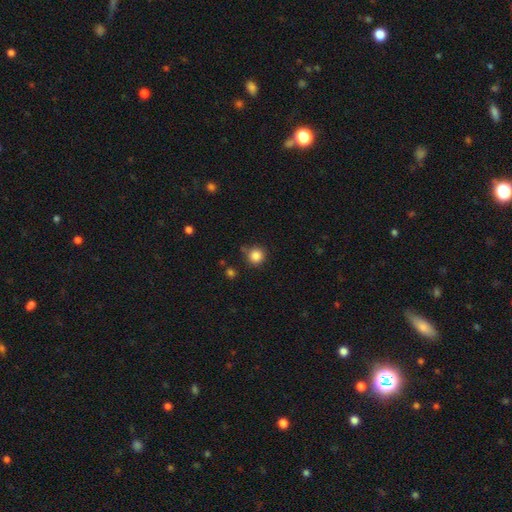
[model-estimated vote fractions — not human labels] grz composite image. It shows a smooth galaxy with no disk features (85%) that is round (93%). Merging: none (81%).